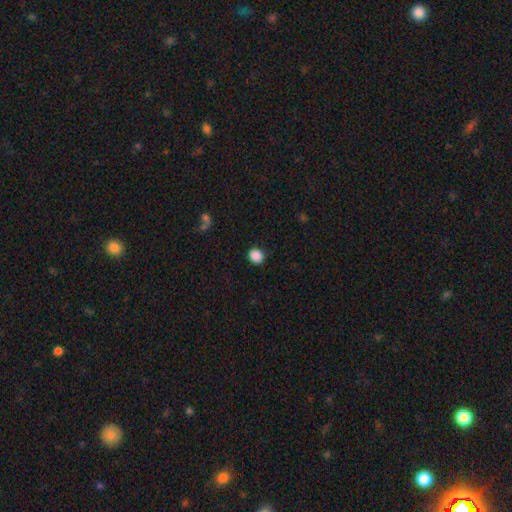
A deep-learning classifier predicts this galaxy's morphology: type=smooth (88%); roundness=round (83%); merging=none (89%).